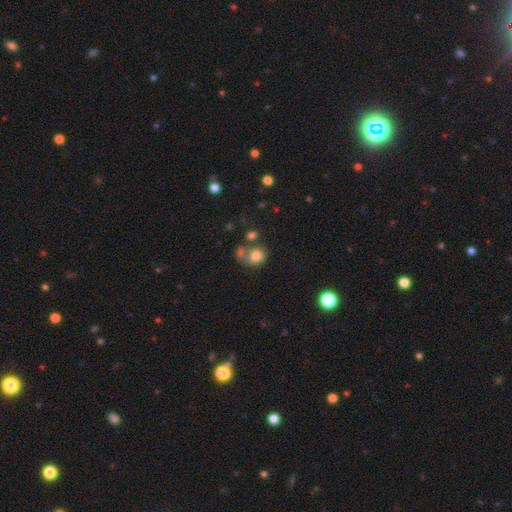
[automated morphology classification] Smooth or featured?
  - smooth: 76% *
  - featured or disk: 13%
  - star or artifact: 11%
How rounded?
  - round: 69% *
  - in between: 30%
  - cigar-shaped: 1%
Merging?
  - none: 38% *
  - merger: 32%
  - minor disturbance: 16%
  - major disturbance: 14%